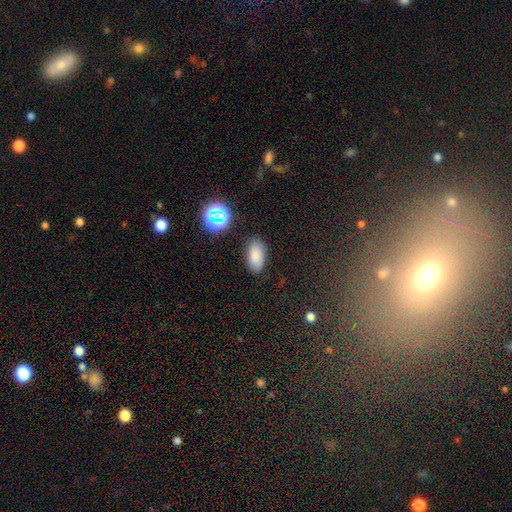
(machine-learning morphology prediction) This appears to be a smooth galaxy with no disk features (80%) that is in between round and cigar-shaped (92%). Merging: none (80%).